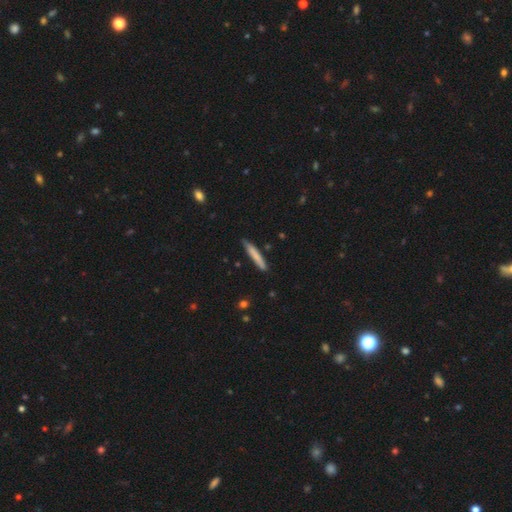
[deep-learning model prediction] Smooth or featured?
  - smooth: 75% *
  - featured or disk: 19%
  - star or artifact: 6%
How rounded?
  - cigar-shaped: 94% *
  - in between: 5%
  - round: 1%
Merging?
  - none: 83% *
  - minor disturbance: 13%
  - merger: 2%
  - major disturbance: 2%